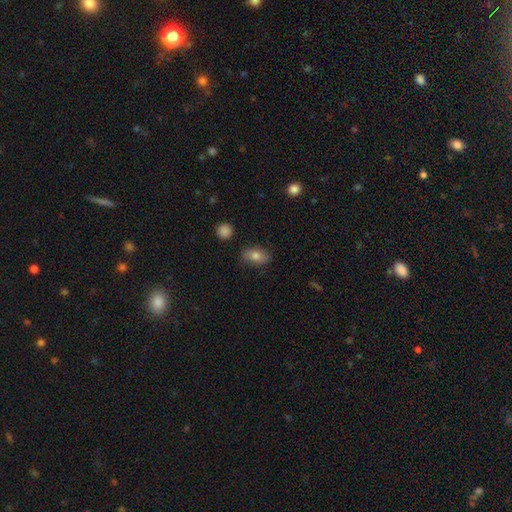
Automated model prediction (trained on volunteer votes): smooth 78%, featured or disk 13%, star or artifact 9%. Down the decision tree: how rounded — in between (86%); merging — none (81%).